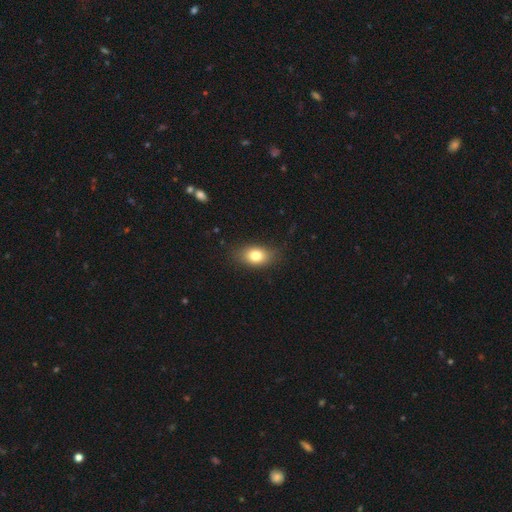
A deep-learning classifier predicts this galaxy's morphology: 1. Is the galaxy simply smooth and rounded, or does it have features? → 78% smooth, 12% featured or disk, 10% star or artifact.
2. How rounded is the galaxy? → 80% in between, 17% round, 3% cigar-shaped.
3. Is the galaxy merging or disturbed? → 83% none, 13% minor disturbance, 3% major disturbance, 1% merger.